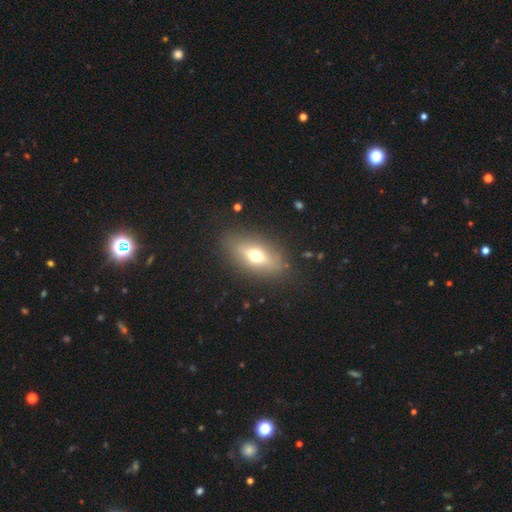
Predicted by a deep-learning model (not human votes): This appears to be a smooth galaxy with no disk features (55%) that is in between round and cigar-shaped (72%). Merging: none (85%).